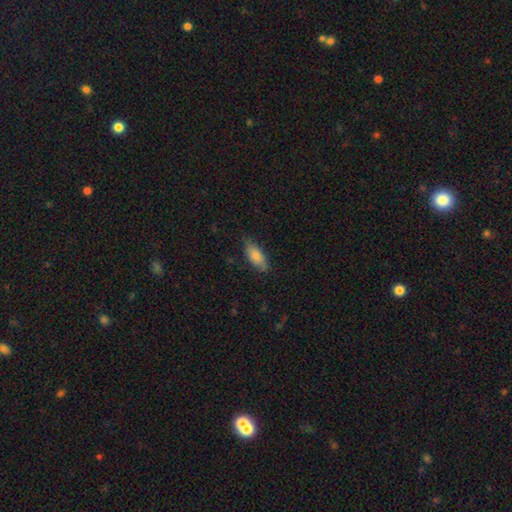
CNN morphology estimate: smooth 81%, featured or disk 12%, star or artifact 6%. Down the decision tree: how rounded — in between (79%); merging — none (78%).